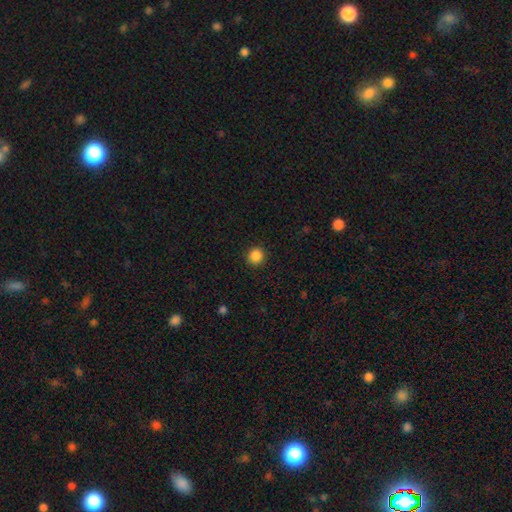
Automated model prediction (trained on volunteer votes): Smooth or featured: smooth — 87% (star or artifact — 11%)
How rounded: round — 94% (in between — 5%)
Merging: none — 92% (minor disturbance — 5%)